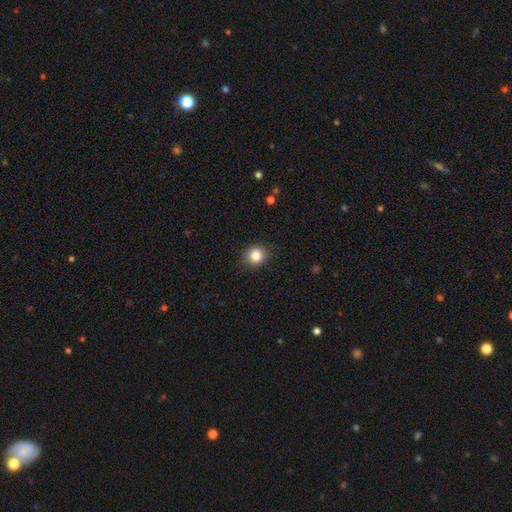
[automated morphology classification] This is clearly a smooth galaxy (85%). How rounded: clearly round (84%). Merging: clearly none (88%).